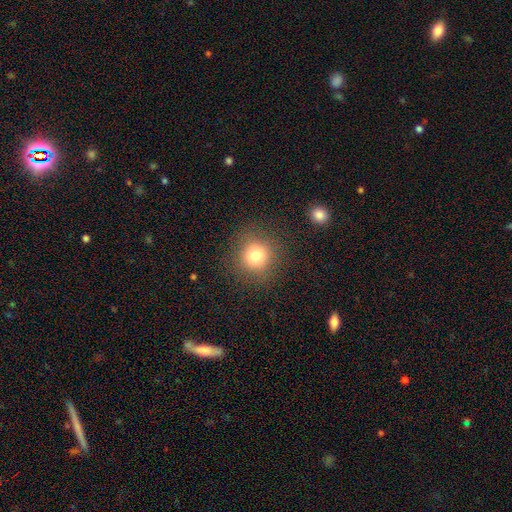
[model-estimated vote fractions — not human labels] Smooth or featured? Predicted: smooth (p=0.77). How rounded? Predicted: round (p=0.92). Merging? Predicted: none (p=0.87).